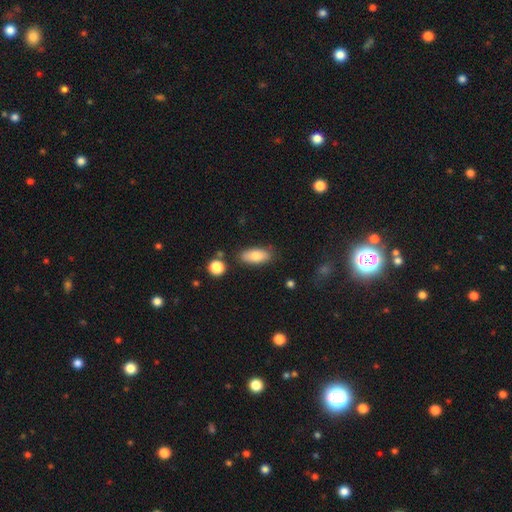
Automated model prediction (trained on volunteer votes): smooth-or-featured: smooth: 80% | featured or disk: 13% | star or artifact: 7%
  how-rounded: in between: 84% | cigar-shaped: 13% | round: 3%
  merging: none: 81% | minor disturbance: 12% | merger: 4% | major disturbance: 3%